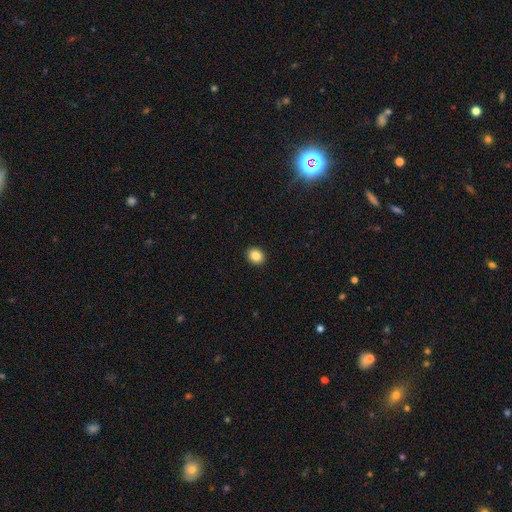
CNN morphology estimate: A smooth galaxy with no disk features (86%) that is round (65%).

Vote fractions:
- Smooth or featured? smooth: 86% / star or artifact: 9% / featured or disk: 4%
- How rounded? round: 65% / in between: 34% / cigar-shaped: 1%
- Merging? none: 93% / minor disturbance: 5% / major disturbance: 2% / merger: 1%